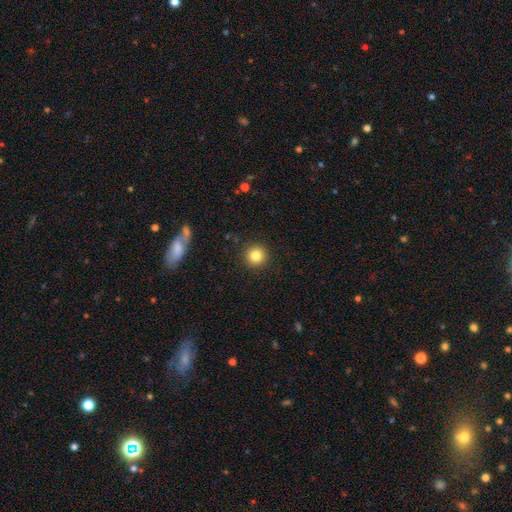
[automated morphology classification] smooth_or_featured: smooth (p=0.83) [alt: star or artifact p=0.11]
how_rounded: round (p=0.95) [alt: in between p=0.04]
merging: none (p=0.91) [alt: minor disturbance p=0.05]